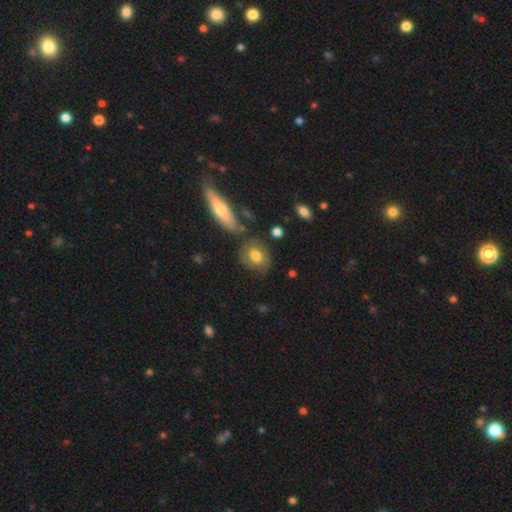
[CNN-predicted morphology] Smooth or featured? Predicted: smooth (p=0.57). How rounded? Predicted: round (p=0.55). Merging? Predicted: none (p=0.67).